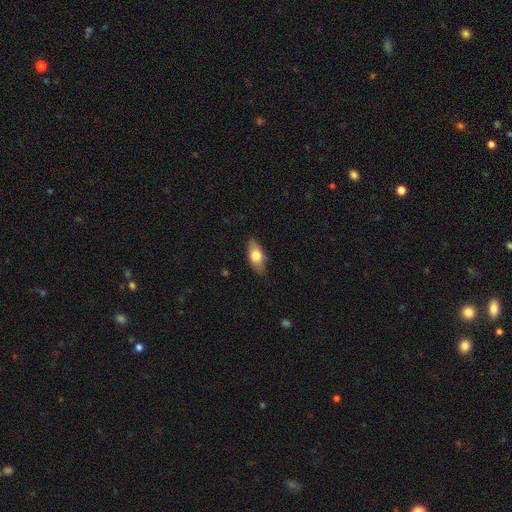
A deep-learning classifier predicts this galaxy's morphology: smooth_or_featured: smooth (p=0.69) [alt: featured or disk p=0.24]
how_rounded: in between (p=0.83) [alt: cigar-shaped p=0.12]
merging: none (p=0.81) [alt: minor disturbance p=0.15]